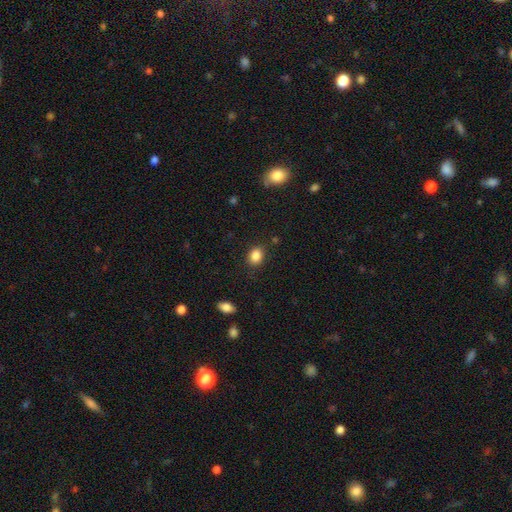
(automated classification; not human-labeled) Morphology: type=smooth (86%); roundness=in between (50%); merging=none (86%).